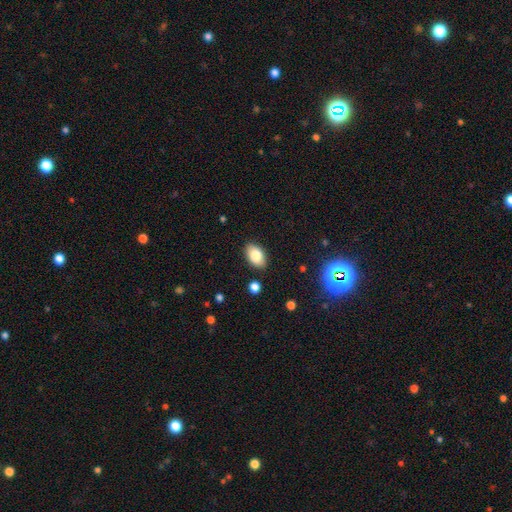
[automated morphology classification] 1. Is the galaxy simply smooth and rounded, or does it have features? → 81% smooth, 11% featured or disk, 8% star or artifact.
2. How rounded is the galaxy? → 91% in between, 8% round, 1% cigar-shaped.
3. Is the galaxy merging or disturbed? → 87% none, 9% minor disturbance, 2% major disturbance, 1% merger.